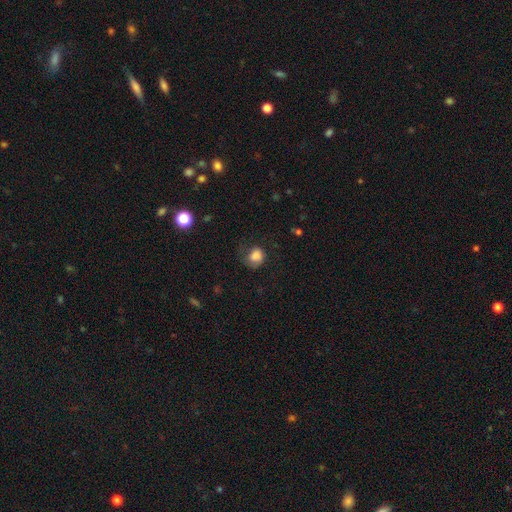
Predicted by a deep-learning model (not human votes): The model was most divided on "merging": none: 48%, minor disturbance: 27%, major disturbance: 24%, merger: 2%. More confident: smooth or featured — smooth (81%); how rounded — round (69%).